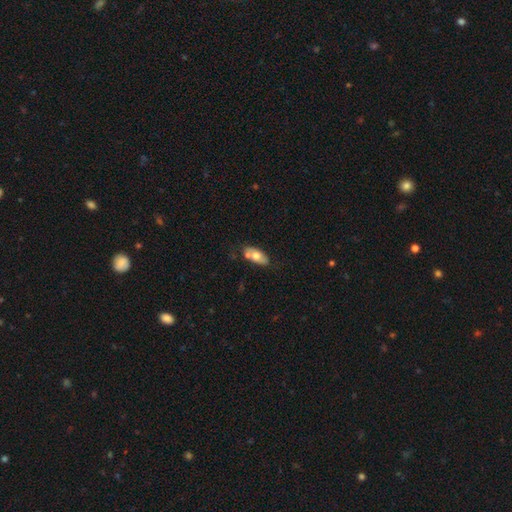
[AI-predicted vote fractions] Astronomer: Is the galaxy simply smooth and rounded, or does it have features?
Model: smooth — 60%.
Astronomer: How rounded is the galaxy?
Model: in between — 88%.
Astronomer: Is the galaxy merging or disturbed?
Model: none — 62%.